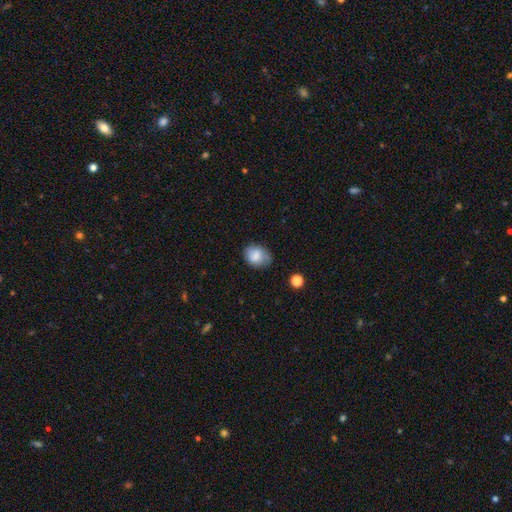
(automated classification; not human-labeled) Smooth or featured? Predicted: smooth (p=0.82). How rounded? Predicted: in between (p=0.60). Merging? Predicted: none (p=0.63).